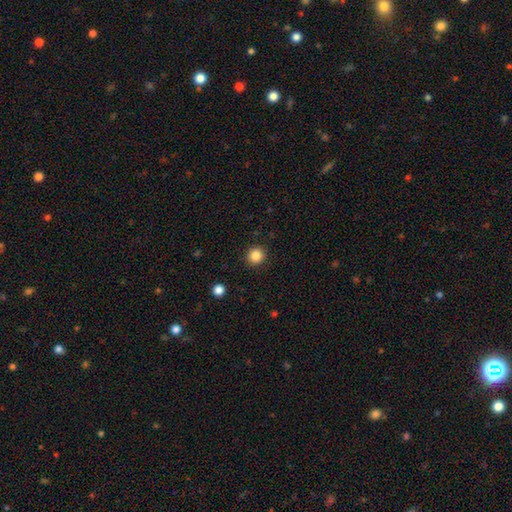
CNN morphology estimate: Q: Smooth or featured?
A: smooth (85%); runner-up: star or artifact (11%)
Q: How rounded?
A: round (94%); runner-up: in between (5%)
Q: Merging?
A: none (92%); runner-up: minor disturbance (5%)